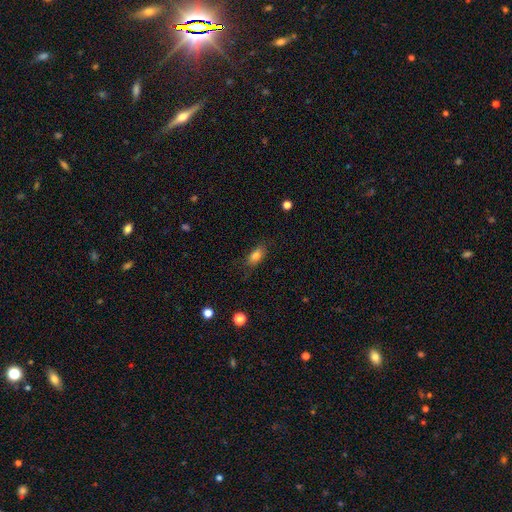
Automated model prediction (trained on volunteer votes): smooth 80%, featured or disk 10%, star or artifact 10%. Down the decision tree: how rounded — in between (84%); merging — none (77%).